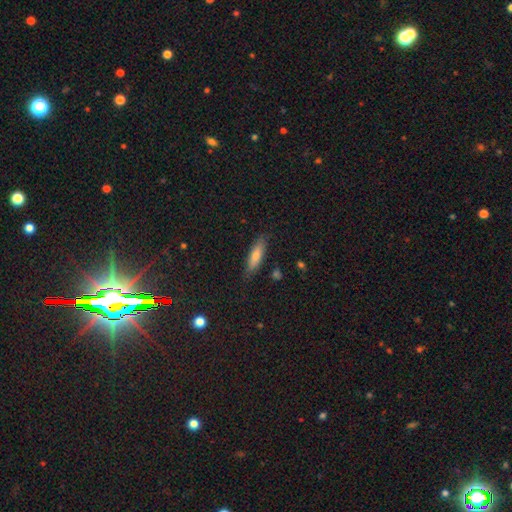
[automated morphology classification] Smooth or featured?
  - smooth: 68% *
  - featured or disk: 24%
  - star or artifact: 8%
How rounded?
  - cigar-shaped: 61% *
  - in between: 36%
  - round: 2%
Merging?
  - none: 84% *
  - minor disturbance: 12%
  - major disturbance: 2%
  - merger: 2%